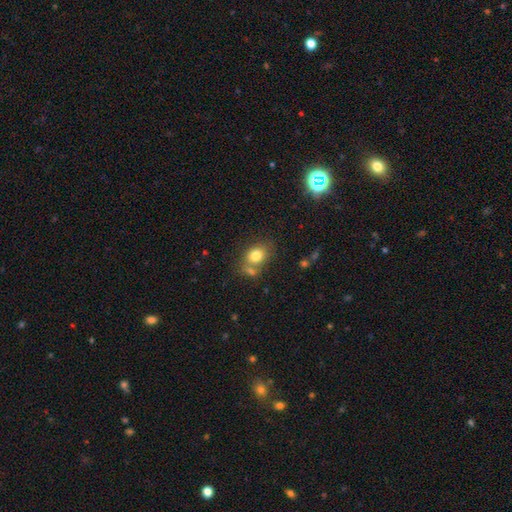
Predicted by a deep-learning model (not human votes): Overall: smooth (79%). How rounded: in between (56%; round 43%). Merging: none (55%; merger 25%).